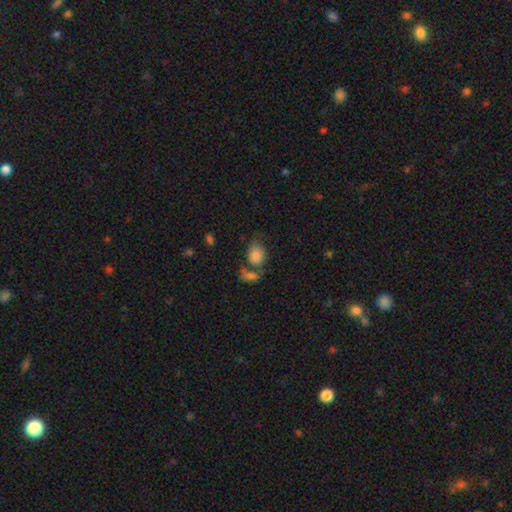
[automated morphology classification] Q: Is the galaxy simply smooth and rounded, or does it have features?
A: smooth — 80%.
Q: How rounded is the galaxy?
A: in between — 54%.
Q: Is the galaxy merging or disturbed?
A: none — 40%.